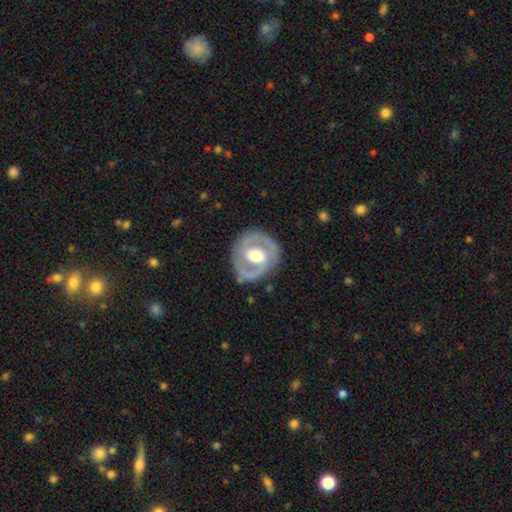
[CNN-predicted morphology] featured or disk 78%, smooth 18%, star or artifact 4%. Down the decision tree: edge-on disk — no (97%); bar — weak (40%); spiral arms — yes (71%); spiral arm count — 2 (84%); spiral winding — medium (45%); bulge size — moderate (65%); merging — none (82%).